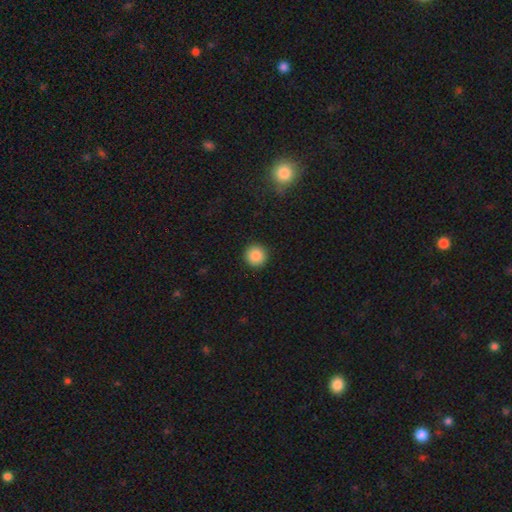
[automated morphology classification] smooth_or_featured: smooth (p=0.88) [alt: star or artifact p=0.09]
how_rounded: round (p=0.95) [alt: in between p=0.04]
merging: none (p=0.93) [alt: minor disturbance p=0.05]